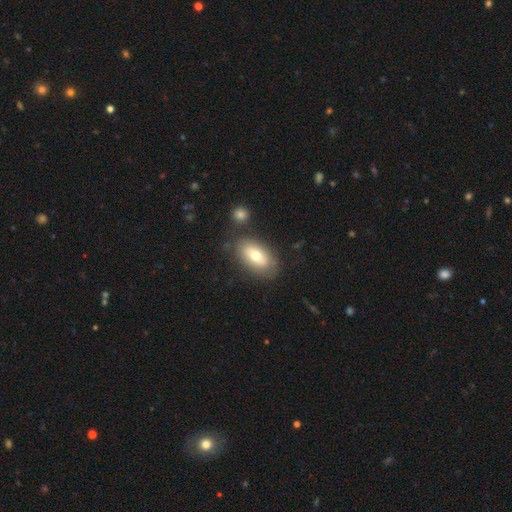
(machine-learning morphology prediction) Smooth or featured?
  - smooth: 67% *
  - featured or disk: 26%
  - star or artifact: 7%
How rounded?
  - in between: 91% *
  - round: 6%
  - cigar-shaped: 3%
Merging?
  - none: 75% *
  - minor disturbance: 14%
  - merger: 7%
  - major disturbance: 5%